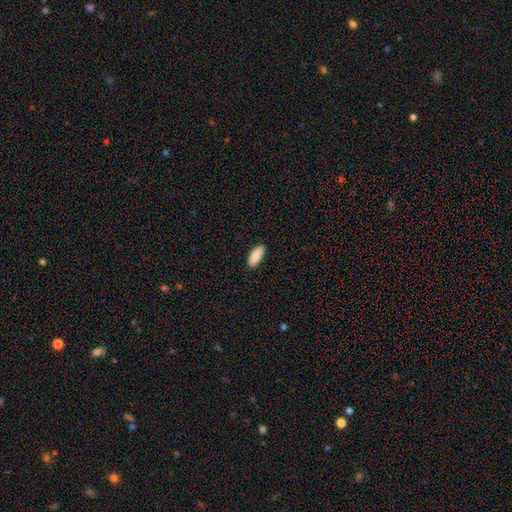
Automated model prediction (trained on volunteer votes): Morphology: type=smooth (84%); roundness=in between (74%); merging=none (88%).